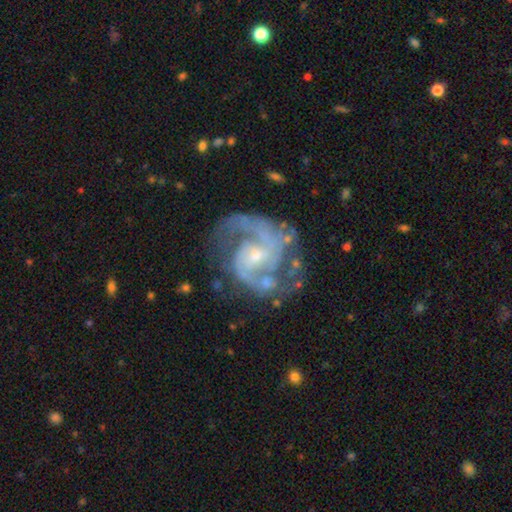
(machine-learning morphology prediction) Overall: featured or disk (91%). Edge-on disk: no (98%). Bar: no (50%; weak 41%). Spiral arms: yes (97%). Spiral arm count: 2 (83%). Spiral winding: medium (58%; tight 27%). Bulge size: small (56%; moderate 37%). Merging: none (67%).